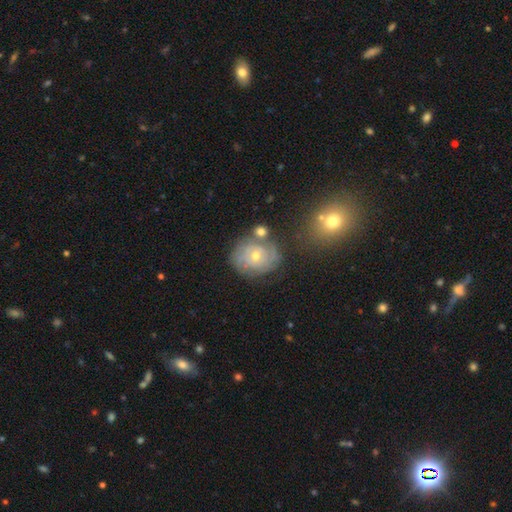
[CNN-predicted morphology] The model was most divided on "bulge size": small: 55%, moderate: 41%, large: 2%, none: 1%, dominant: 1%. Remaining: edge-on disk — no (97%); spiral arms — yes (84%); bar — no (80%); spiral winding — tight (71%); merging — none (68%); smooth or featured — featured or disk (66%); spiral arm count — can't tell (47%).